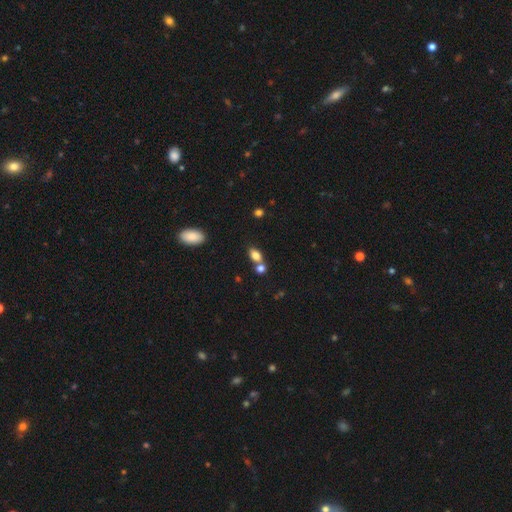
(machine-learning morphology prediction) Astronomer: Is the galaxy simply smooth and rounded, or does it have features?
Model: smooth — 80%.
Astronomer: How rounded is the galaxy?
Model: in between — 83%.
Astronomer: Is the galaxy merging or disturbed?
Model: none — 48% (runner-up: merger, 38%).